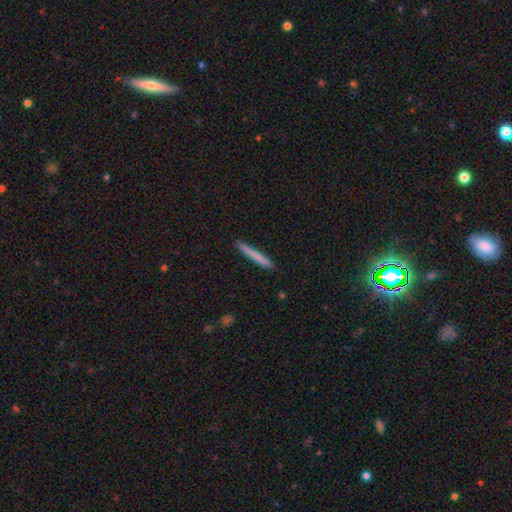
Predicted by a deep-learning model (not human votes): Smooth or featured? Predicted: smooth (p=0.75). How rounded? Predicted: cigar-shaped (p=0.97). Merging? Predicted: none (p=0.90).